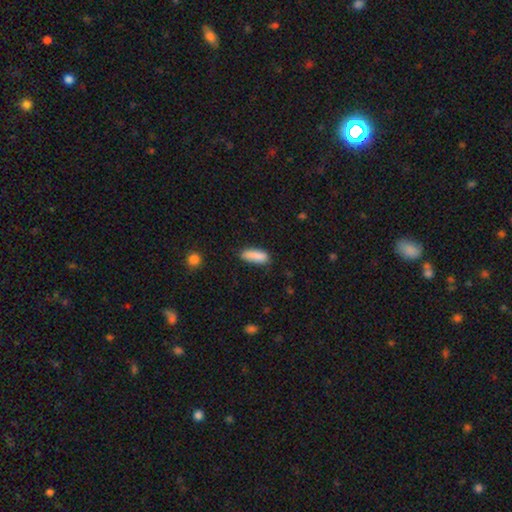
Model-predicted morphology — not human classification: A smooth galaxy with no disk features (87%) that is in between round and cigar-shaped (61%).

Vote fractions:
- Smooth or featured? smooth: 87% / star or artifact: 7% / featured or disk: 6%
- How rounded? in between: 61% / cigar-shaped: 37% / round: 2%
- Merging? none: 73% / minor disturbance: 20% / major disturbance: 4% / merger: 2%